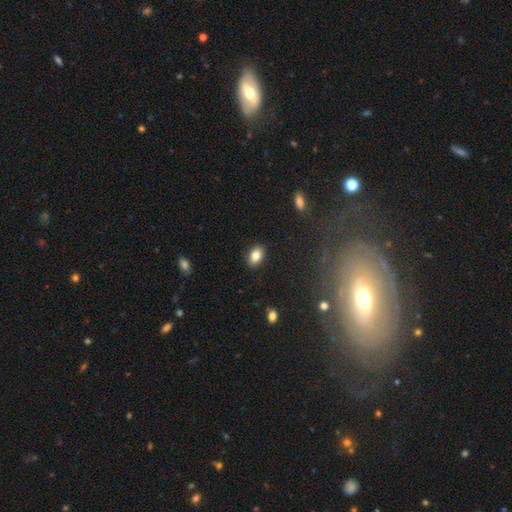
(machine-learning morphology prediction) Smooth or featured: smooth — 83% (star or artifact — 9%)
How rounded: in between — 86% (round — 12%)
Merging: none — 88% (minor disturbance — 8%)